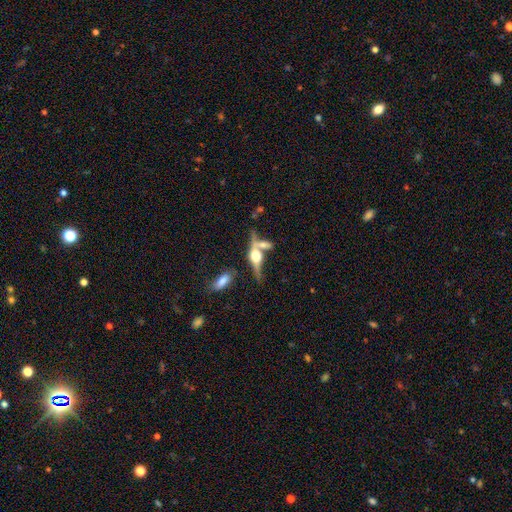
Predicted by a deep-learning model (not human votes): This appears to be a featured or disk galaxy (65%) viewed edge-on (86%) with a rounded central bulge (92%). Merging: none (43%).